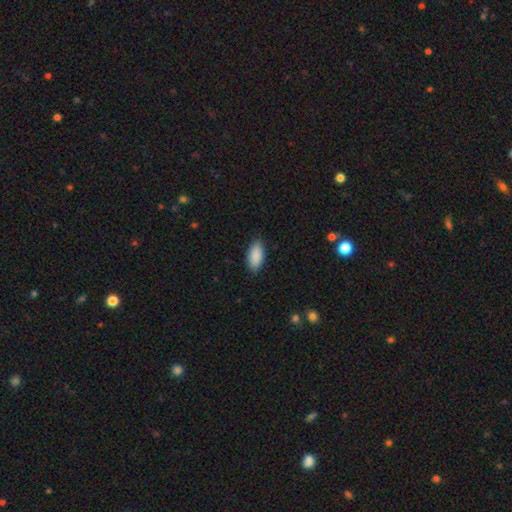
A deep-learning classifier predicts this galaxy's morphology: The model was most divided on "merging": none: 86%, minor disturbance: 11%, major disturbance: 2%, merger: 1%. More confident: how rounded — in between (92%); smooth or featured — smooth (90%).